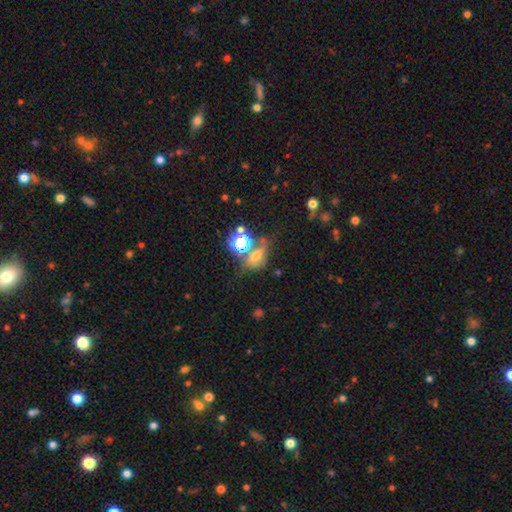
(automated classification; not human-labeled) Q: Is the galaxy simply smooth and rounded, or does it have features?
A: smooth — 53%.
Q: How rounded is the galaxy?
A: in between — 61%.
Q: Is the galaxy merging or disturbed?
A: none — 48%.